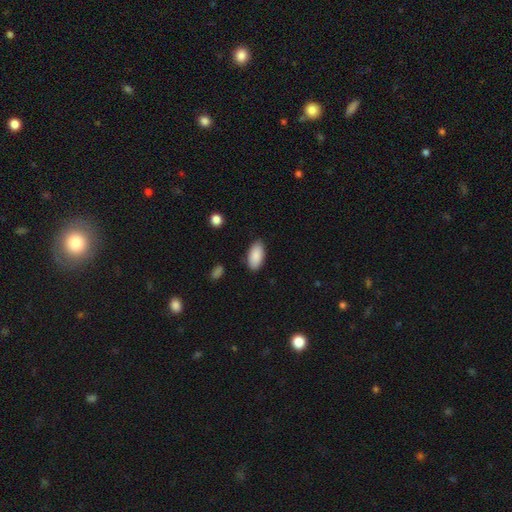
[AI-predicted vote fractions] A smooth galaxy with no disk features (89%) that is in between round and cigar-shaped (93%). Merging: none (86%).